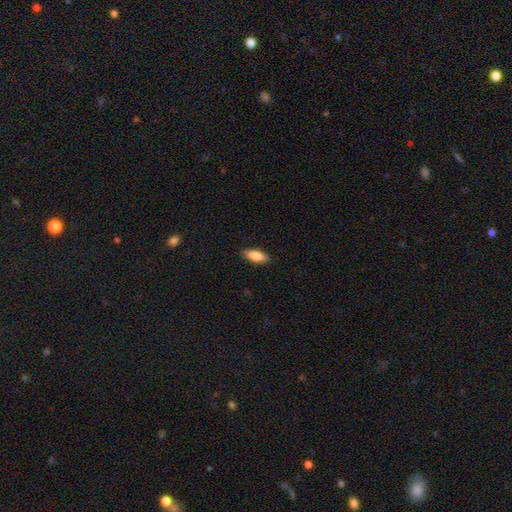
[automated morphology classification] A smooth galaxy with no disk features (82%) that is in between round and cigar-shaped (76%). Merging: none (86%).